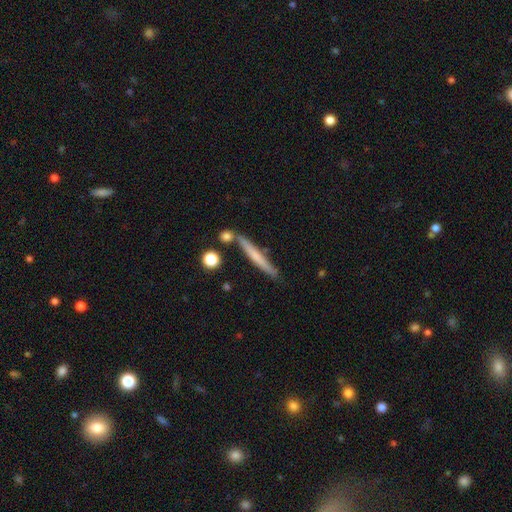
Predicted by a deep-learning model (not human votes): Overall: smooth (51%; featured or disk 42%). How rounded: cigar-shaped (95%). Merging: none (78%).